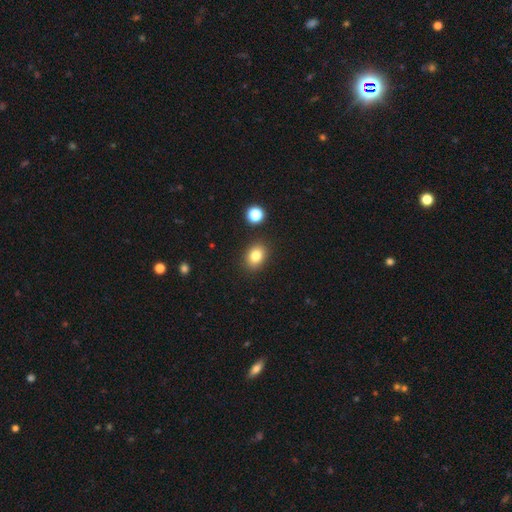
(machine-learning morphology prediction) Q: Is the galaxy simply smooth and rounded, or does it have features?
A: smooth — 82%.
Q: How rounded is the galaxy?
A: in between — 63%.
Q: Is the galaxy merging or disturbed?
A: none — 87%.